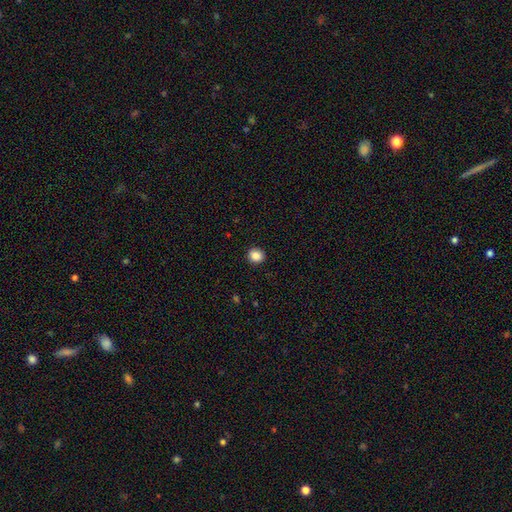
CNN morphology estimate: This is clearly a smooth galaxy (87%). How rounded: clearly round (80%). Merging: clearly none (92%).